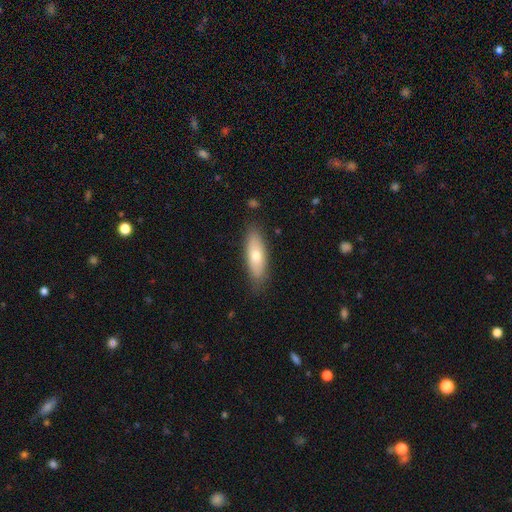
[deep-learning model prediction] Q: Smooth or featured?
A: smooth (64%); runner-up: featured or disk (29%)
Q: How rounded?
A: in between (60%); runner-up: cigar-shaped (37%)
Q: Merging?
A: none (84%); runner-up: minor disturbance (12%)